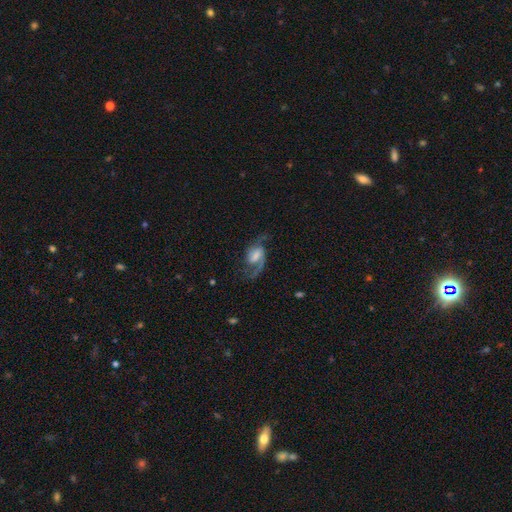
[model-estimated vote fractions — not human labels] A featured or disk galaxy (82%) with a weak bar (51%), 2 (82%) medium (47%) spiral arms (95%) and a small central bulge (32%). Merging: none (62%).